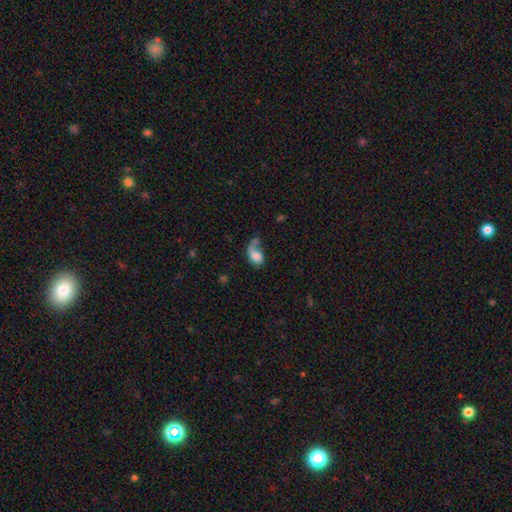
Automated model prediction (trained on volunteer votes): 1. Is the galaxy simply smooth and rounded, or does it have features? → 60% smooth, 31% featured or disk, 9% star or artifact.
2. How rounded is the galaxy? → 77% in between, 20% round, 2% cigar-shaped.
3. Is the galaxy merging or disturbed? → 40% major disturbance, 25% none, 19% minor disturbance, 16% merger.